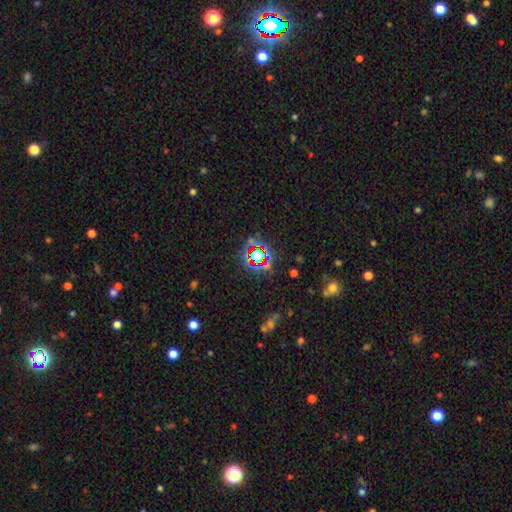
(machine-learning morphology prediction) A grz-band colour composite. It shows a star or artifact, not a galaxy (71%).